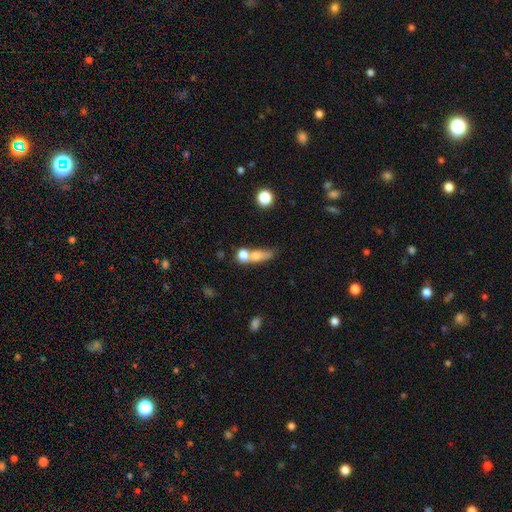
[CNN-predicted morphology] Smooth or featured?
  - smooth: 66% *
  - featured or disk: 23%
  - star or artifact: 11%
How rounded?
  - in between: 41% *
  - cigar-shaped: 30%
  - round: 30%
Merging?
  - merger: 50% *
  - none: 30%
  - minor disturbance: 11%
  - major disturbance: 8%